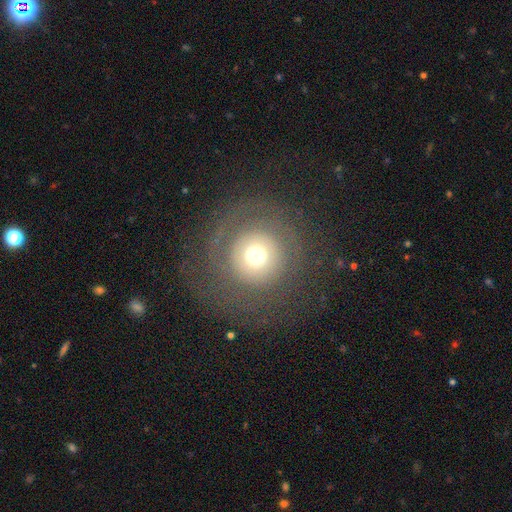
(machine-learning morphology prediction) Q: Smooth or featured?
A: smooth (56%); runner-up: featured or disk (29%)
Q: How rounded?
A: round (95%); runner-up: in between (4%)
Q: Merging?
A: none (78%); runner-up: major disturbance (11%)